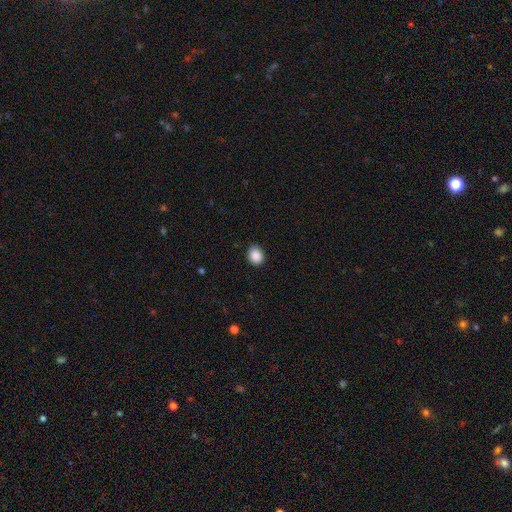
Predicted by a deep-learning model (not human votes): Morphology: type=smooth (89%); roundness=round (58%); merging=none (87%).